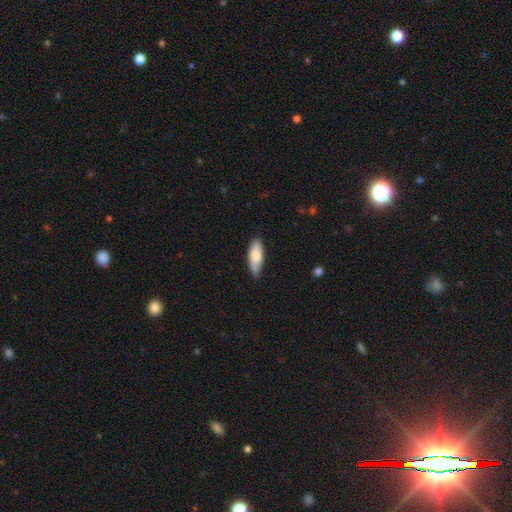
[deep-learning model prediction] A smooth galaxy with no disk features (78%) that is in between round and cigar-shaped (69%). Merging: none (77%).